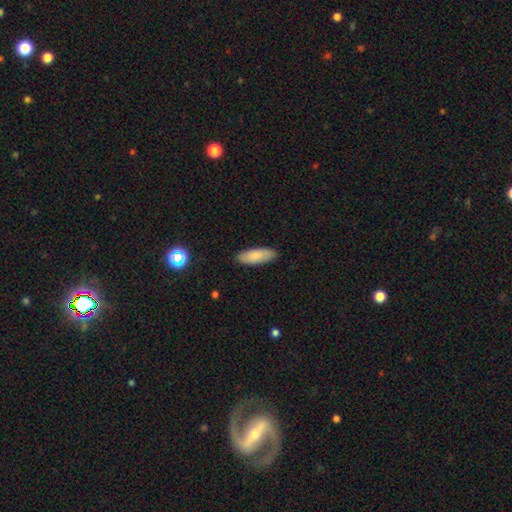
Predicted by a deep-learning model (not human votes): Smooth or featured? smooth (84%)
How rounded? in between (65%)
Merging? none (88%)